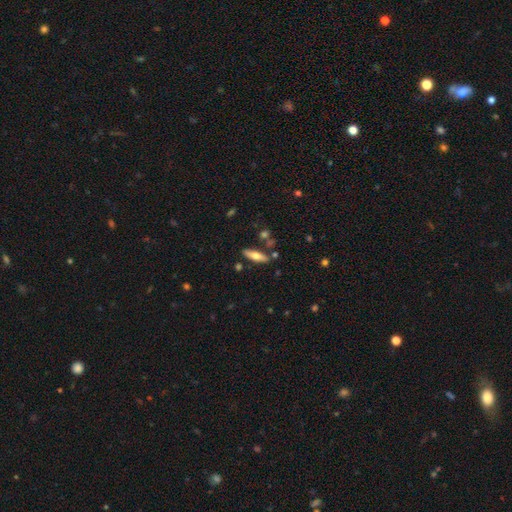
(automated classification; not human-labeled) Smooth or featured? Predicted: smooth (p=0.58). How rounded? Predicted: cigar-shaped (p=0.60). Merging? Predicted: none (p=0.80).